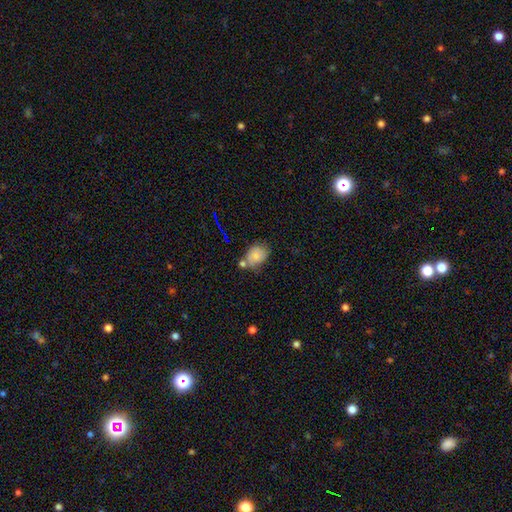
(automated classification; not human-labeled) Overall: smooth (80%). How rounded: in between (70%). Merging: none (54%; minor disturbance 21%).